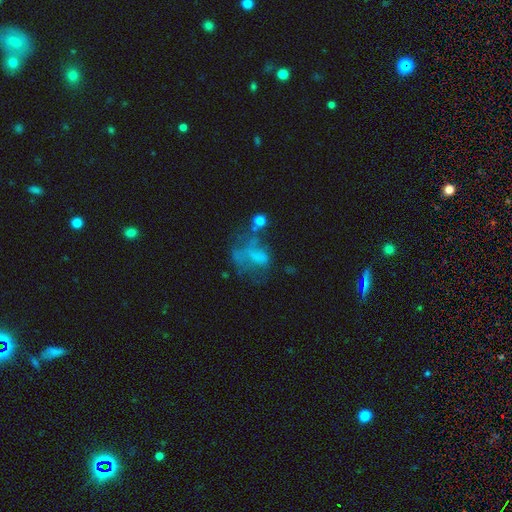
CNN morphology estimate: smooth 42%, featured or disk 39%, star or artifact 20%. Down the decision tree: merging — major disturbance (42%).